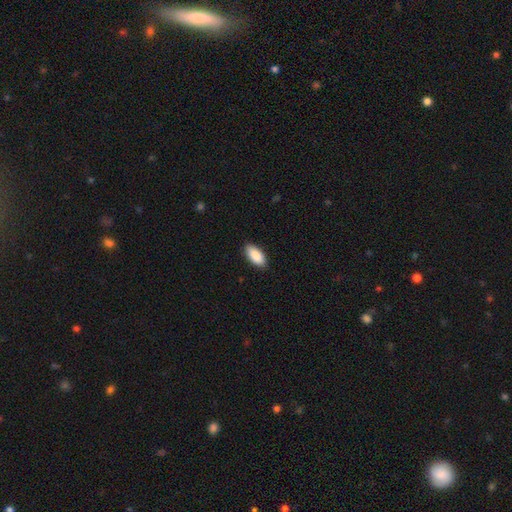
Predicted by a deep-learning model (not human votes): Q: Smooth or featured?
A: smooth (90%); runner-up: star or artifact (6%)
Q: How rounded?
A: in between (90%); runner-up: cigar-shaped (8%)
Q: Merging?
A: none (89%); runner-up: minor disturbance (8%)